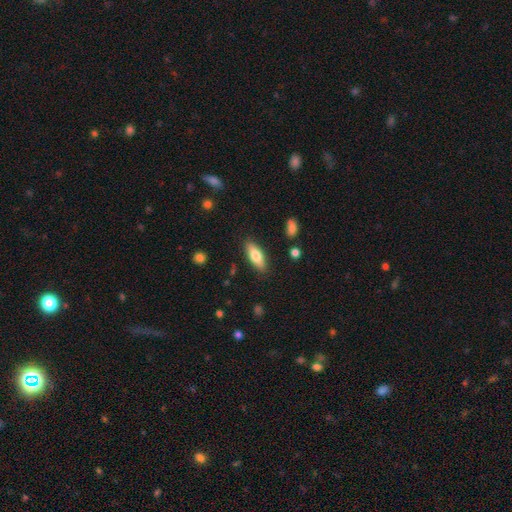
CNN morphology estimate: smooth 70%, featured or disk 24%, star or artifact 6%. Down the decision tree: how rounded — in between (64%); merging — none (86%).